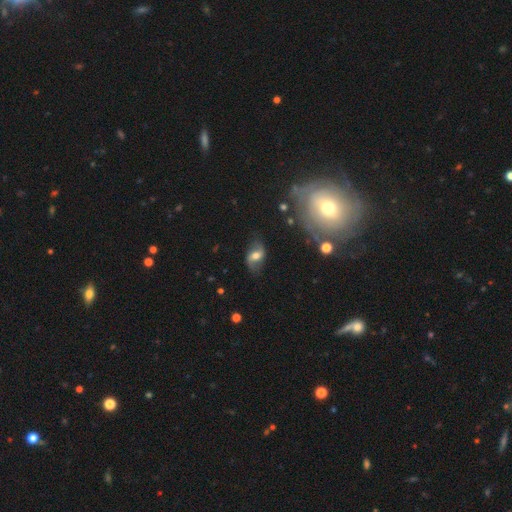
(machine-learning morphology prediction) A featured or disk galaxy (71%) with a weak bar (48%), 2 (91%) loose (73%) spiral arms (90%) and a moderate central bulge (59%). Merging: none (73%).